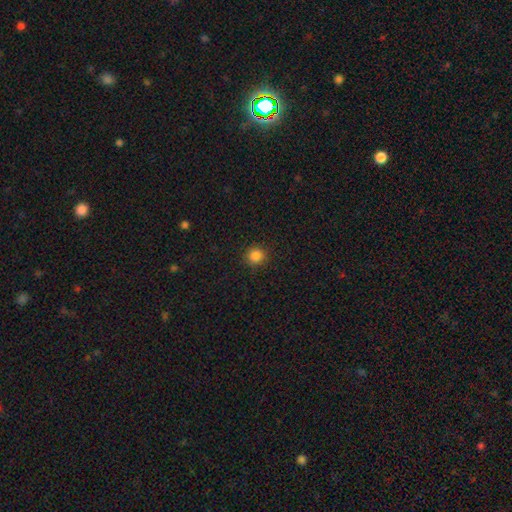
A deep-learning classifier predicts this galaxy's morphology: smooth-or-featured: smooth: 85% | star or artifact: 11% | featured or disk: 3%
  how-rounded: round: 92% | in between: 7% | cigar-shaped: 1%
  merging: none: 91% | minor disturbance: 6% | major disturbance: 2% | merger: 1%